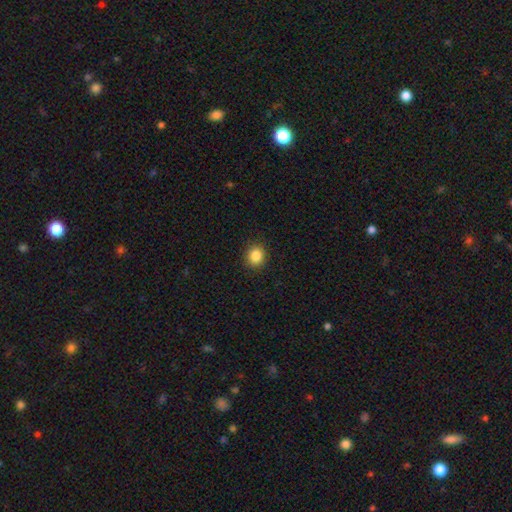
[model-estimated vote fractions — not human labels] A smooth galaxy with no disk features (85%) that is round (79%).

Vote fractions:
- Smooth or featured? smooth: 85% / star or artifact: 10% / featured or disk: 5%
- How rounded? round: 79% / in between: 20% / cigar-shaped: 1%
- Merging? none: 91% / minor disturbance: 6% / major disturbance: 2% / merger: 1%